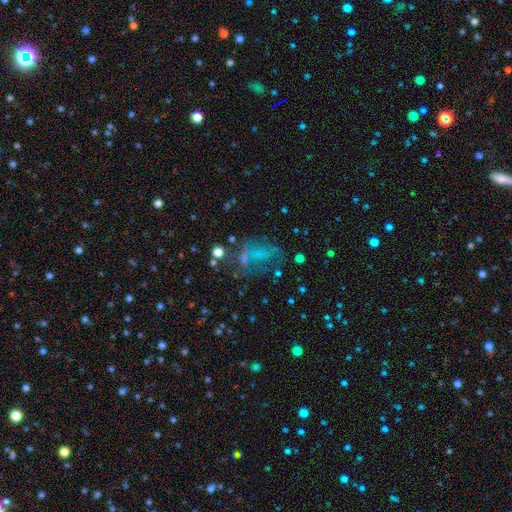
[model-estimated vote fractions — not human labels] smooth-or-featured: star or artifact: 35% | featured or disk: 33% | smooth: 32%